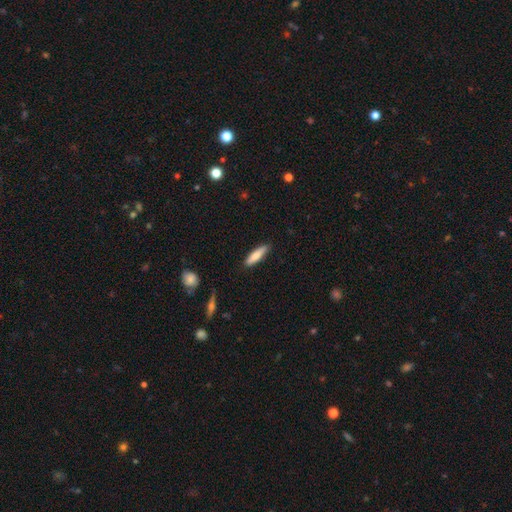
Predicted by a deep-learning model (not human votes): Morphology: type=smooth (78%); roundness=cigar-shaped (69%); merging=none (85%).